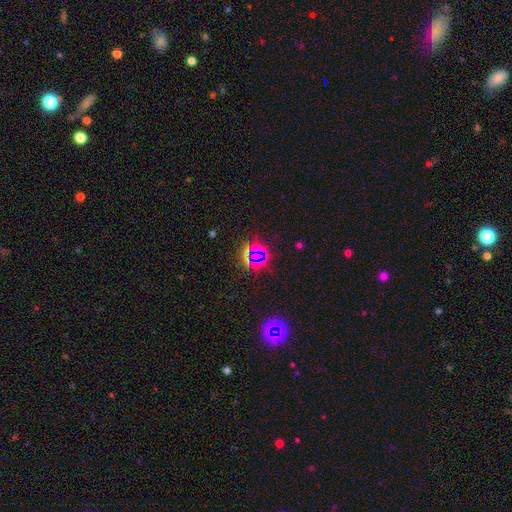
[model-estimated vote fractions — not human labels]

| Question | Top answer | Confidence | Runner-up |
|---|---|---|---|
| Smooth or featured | star or artifact | 75% | smooth (16%) |